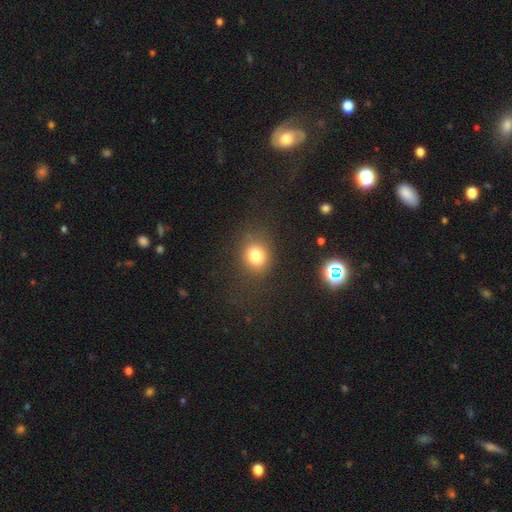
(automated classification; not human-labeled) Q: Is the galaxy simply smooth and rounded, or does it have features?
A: smooth — 79%.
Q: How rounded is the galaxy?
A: round — 65%.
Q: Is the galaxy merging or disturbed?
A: none — 77%.